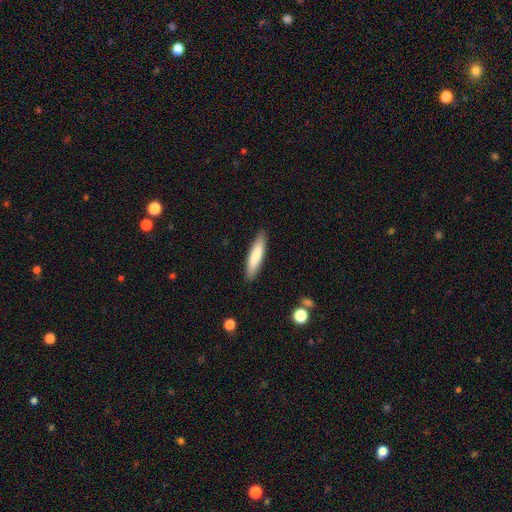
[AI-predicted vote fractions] The model was most divided on "how rounded": cigar-shaped: 80%, in between: 19%, round: 1%. More confident: merging — none (89%); smooth or featured — smooth (79%).